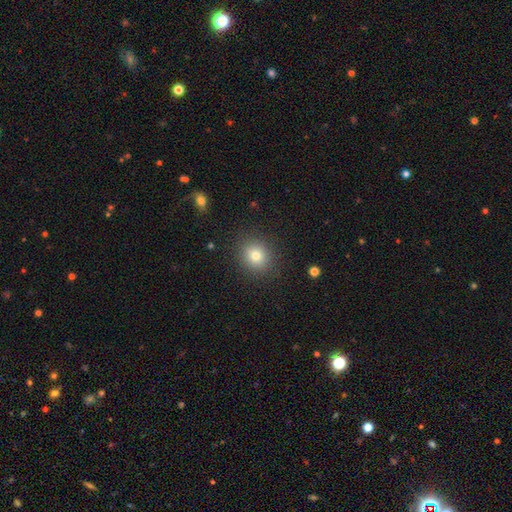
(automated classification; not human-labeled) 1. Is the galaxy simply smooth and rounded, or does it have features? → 78% smooth, 12% star or artifact, 9% featured or disk.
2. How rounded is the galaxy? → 83% round, 16% in between, 1% cigar-shaped.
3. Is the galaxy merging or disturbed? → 89% none, 7% minor disturbance, 3% major disturbance, 1% merger.